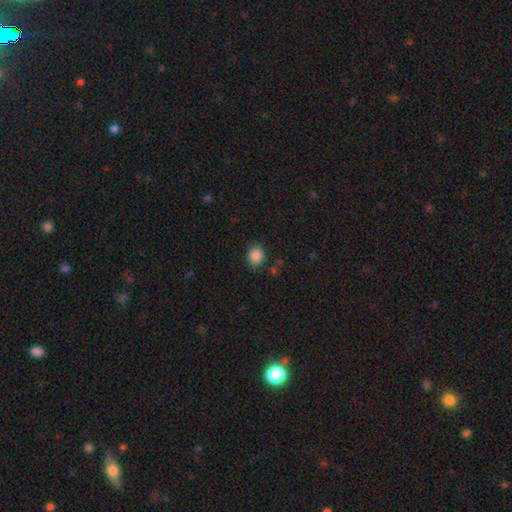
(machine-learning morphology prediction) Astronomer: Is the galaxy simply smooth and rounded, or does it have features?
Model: smooth — 86%.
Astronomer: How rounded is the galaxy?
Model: round — 51% (runner-up: in between, 48%).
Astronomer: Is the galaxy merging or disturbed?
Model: none — 84%.